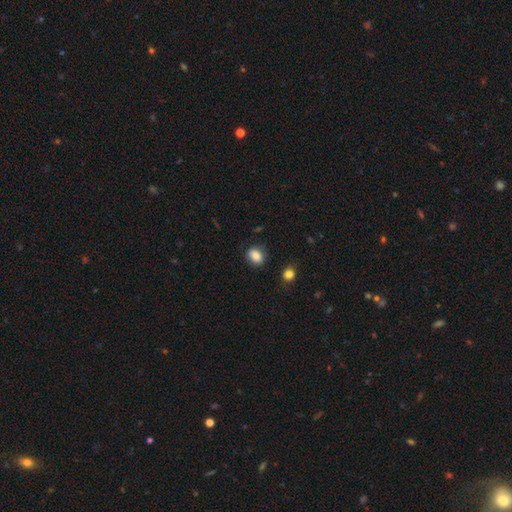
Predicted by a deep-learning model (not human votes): Smooth or featured?
  - smooth: 85% *
  - star or artifact: 9%
  - featured or disk: 6%
How rounded?
  - in between: 59% *
  - round: 39%
  - cigar-shaped: 1%
Merging?
  - none: 81% *
  - minor disturbance: 13%
  - major disturbance: 3%
  - merger: 2%